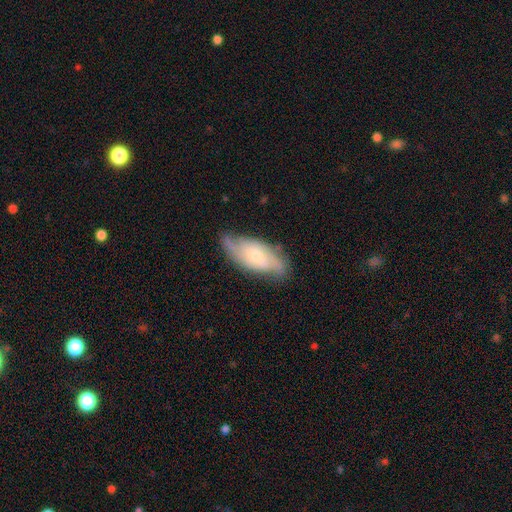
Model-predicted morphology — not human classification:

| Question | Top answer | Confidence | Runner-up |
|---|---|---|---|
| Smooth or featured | featured or disk | 69% | smooth (24%) |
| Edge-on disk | no | 89% | yes (11%) |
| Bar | no | 64% | weak (30%) |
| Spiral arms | yes | 91% | no (9%) |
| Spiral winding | medium | 43% | tight (31%) |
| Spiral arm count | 2 | 66% | can't tell (18%) |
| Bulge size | small | 54% | moderate (38%) |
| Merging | none | 74% | minor disturbance (19%) |